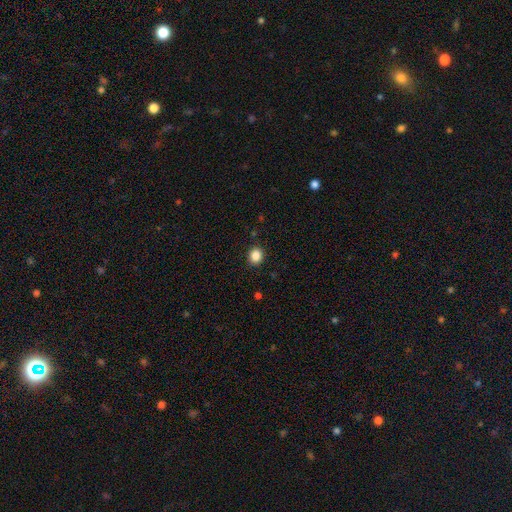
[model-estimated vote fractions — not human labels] This appears to be a smooth galaxy with no disk features (86%) that is round (71%). Merging: none (89%).